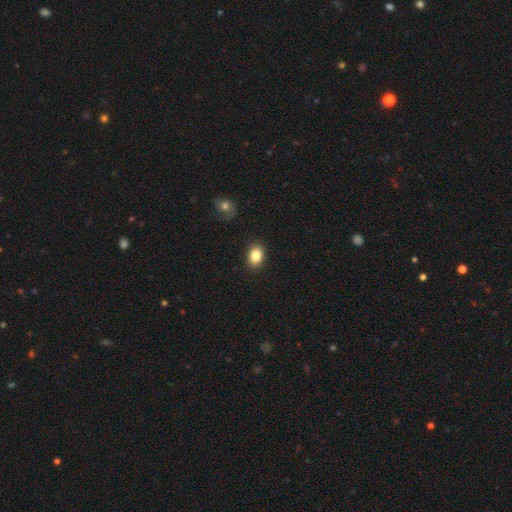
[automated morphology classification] smooth_or_featured: smooth (p=0.85) [alt: star or artifact p=0.08]
how_rounded: in between (p=0.79) [alt: round p=0.20]
merging: none (p=0.88) [alt: minor disturbance p=0.08]